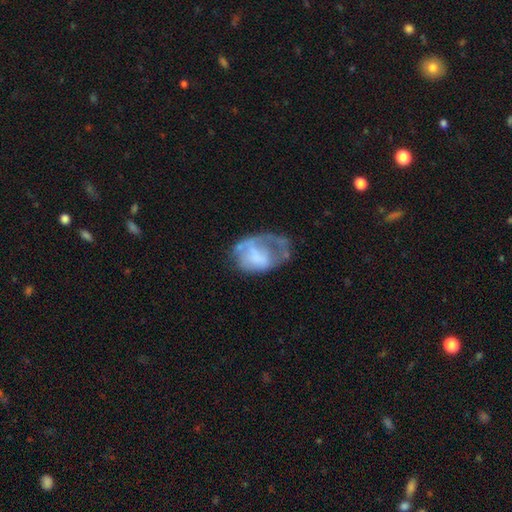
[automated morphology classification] This appears to be a featured or disk galaxy (49%). Merging: major disturbance (42%).